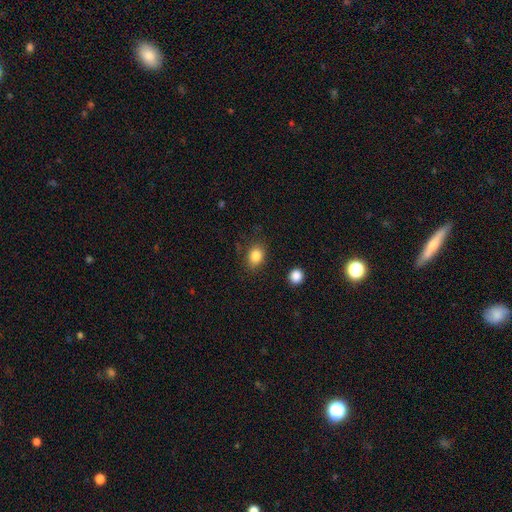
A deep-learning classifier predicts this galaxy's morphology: Smooth or featured? smooth (85%)
How rounded? in between (64%)
Merging? none (79%)